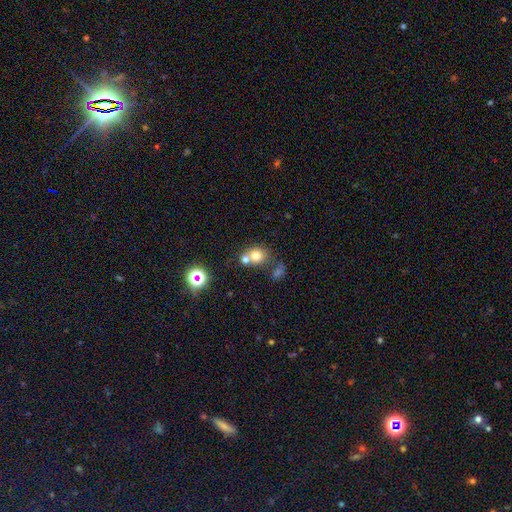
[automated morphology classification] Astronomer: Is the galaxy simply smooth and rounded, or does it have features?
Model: smooth — 73%.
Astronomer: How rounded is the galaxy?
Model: round — 75%.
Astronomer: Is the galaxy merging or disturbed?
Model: none — 47% (runner-up: merger, 39%).